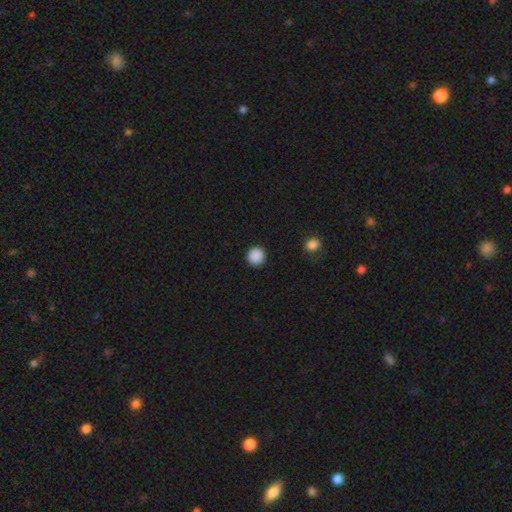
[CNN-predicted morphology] This appears to be a smooth galaxy with no disk features (89%) that is round (95%). Merging: none (93%).